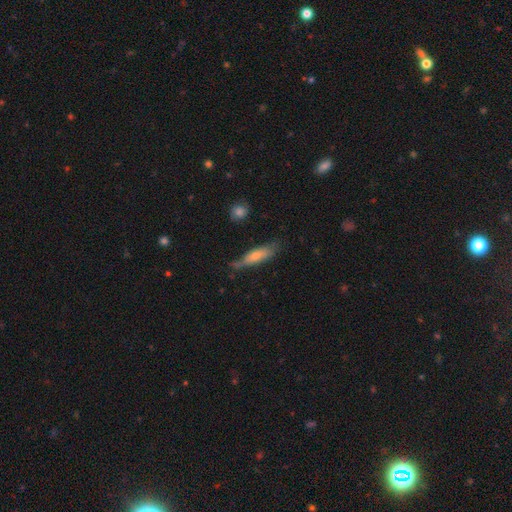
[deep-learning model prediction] Smooth or featured?
  - smooth: 57% *
  - featured or disk: 36%
  - star or artifact: 7%
How rounded?
  - cigar-shaped: 73% *
  - in between: 25%
  - round: 2%
Merging?
  - none: 63% *
  - minor disturbance: 27%
  - major disturbance: 7%
  - merger: 3%